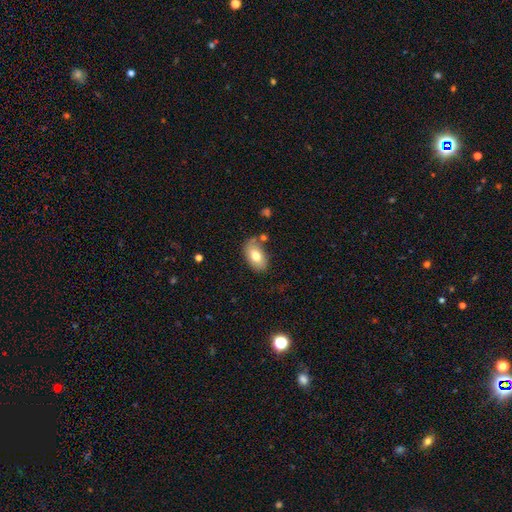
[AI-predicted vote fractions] Q: Smooth or featured?
A: smooth (74%); runner-up: featured or disk (19%)
Q: How rounded?
A: in between (91%); runner-up: round (7%)
Q: Merging?
A: none (68%); runner-up: minor disturbance (20%)